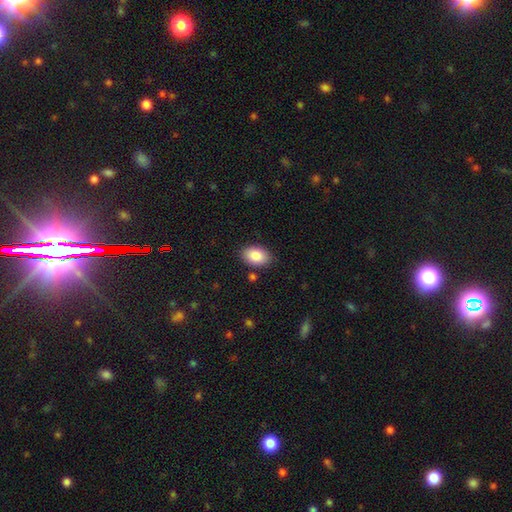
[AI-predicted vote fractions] The model was most divided on "merging": none: 85%, minor disturbance: 10%, major disturbance: 3%, merger: 2%. More confident: how rounded — in between (89%); smooth or featured — smooth (87%).